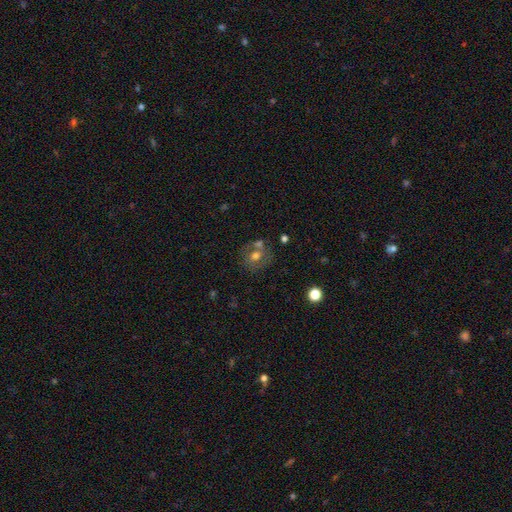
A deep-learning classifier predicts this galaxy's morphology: smooth 56%, featured or disk 33%, star or artifact 11%. Down the decision tree: how rounded — round (72%); merging — none (53%).